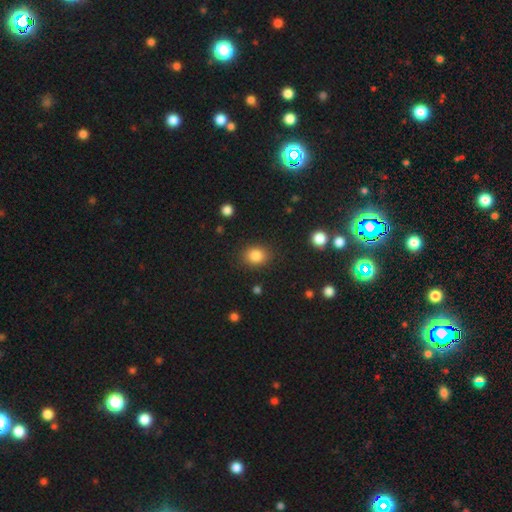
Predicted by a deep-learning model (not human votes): This appears to be a smooth galaxy with no disk features (85%) that is round (57%). Merging: none (87%).